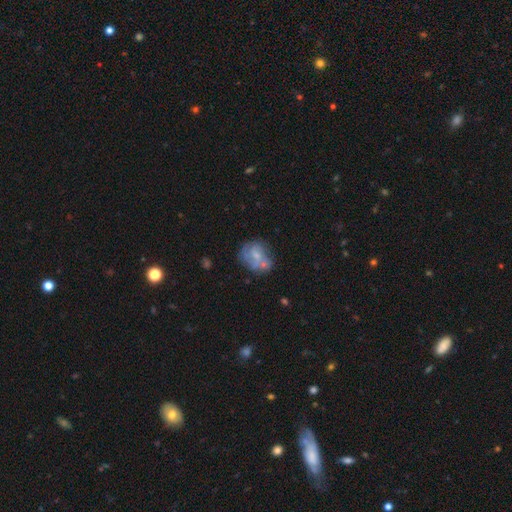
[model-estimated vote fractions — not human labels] Q: Smooth or featured?
A: featured or disk (52%); runner-up: smooth (40%)
Q: Edge-on disk?
A: no (98%); runner-up: yes (2%)
Q: Bar?
A: no (71%); runner-up: weak (24%)
Q: Spiral arms?
A: no (56%); runner-up: yes (44%)
Q: Bulge size?
A: small (38%); runner-up: moderate (30%)
Q: Merging?
A: none (40%); runner-up: merger (23%)